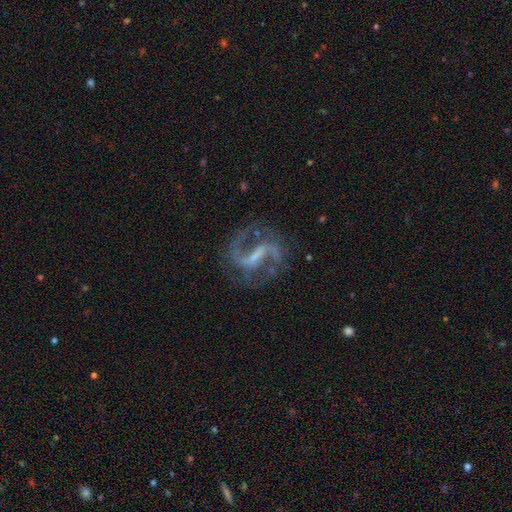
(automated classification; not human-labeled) Smooth or featured?
  - featured or disk: 90% *
  - star or artifact: 6%
  - smooth: 4%
Edge-on disk?
  - no: 97% *
  - yes: 3%
Bar?
  - strong: 51% *
  - weak: 39%
  - no: 10%
Spiral arms?
  - yes: 97% *
  - no: 3%
Spiral winding?
  - medium: 55% *
  - loose: 33%
  - tight: 11%
Spiral arm count?
  - 2: 93% *
  - can't tell: 2%
  - 1: 2%
  - 3: 1%
  - 4: 1%
  - more than 4: 1%
Bulge size?
  - small: 41% *
  - none: 40%
  - moderate: 15%
  - large: 2%
  - dominant: 1%
Merging?
  - none: 77% *
  - minor disturbance: 13%
  - major disturbance: 8%
  - merger: 2%